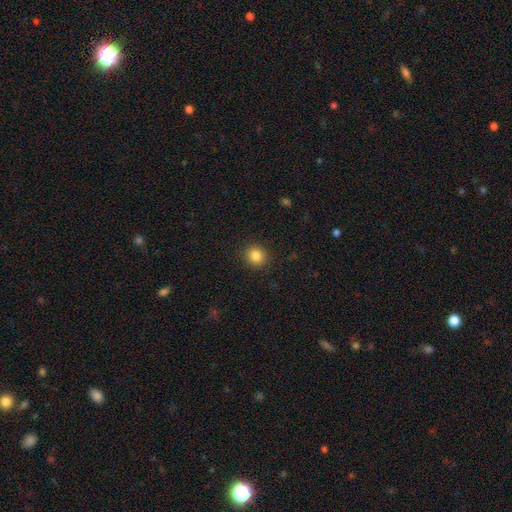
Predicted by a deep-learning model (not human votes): Overall: smooth (85%). How rounded: round (84%). Merging: none (90%).